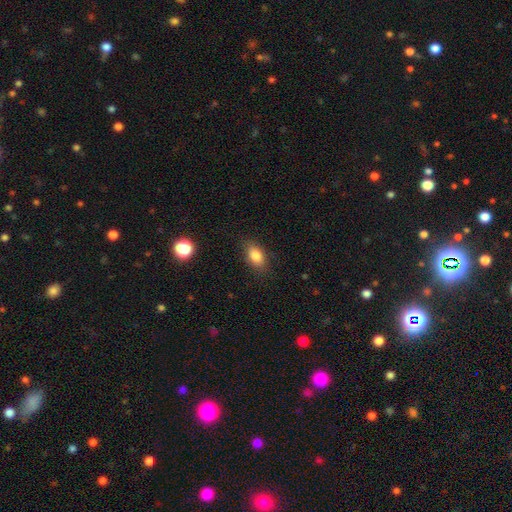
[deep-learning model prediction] A smooth galaxy with no disk features (83%) that is in between round and cigar-shaped (86%).

Vote fractions:
- Smooth or featured? smooth: 83% / star or artifact: 9% / featured or disk: 8%
- How rounded? in between: 86% / round: 11% / cigar-shaped: 3%
- Merging? none: 83% / minor disturbance: 13% / major disturbance: 3% / merger: 1%